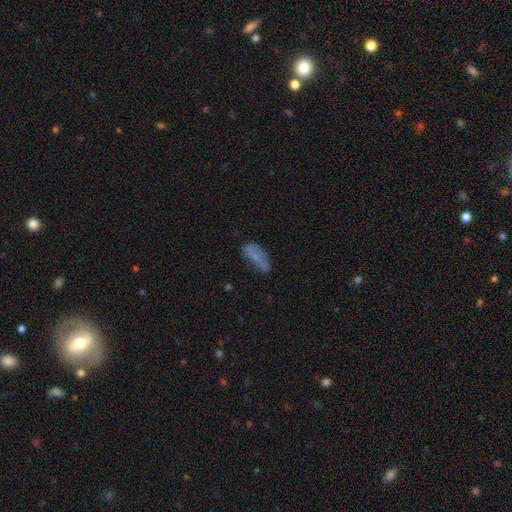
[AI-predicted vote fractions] This appears to be a smooth galaxy with no disk features (67%) that is in between round and cigar-shaped (67%). Merging: none (60%).